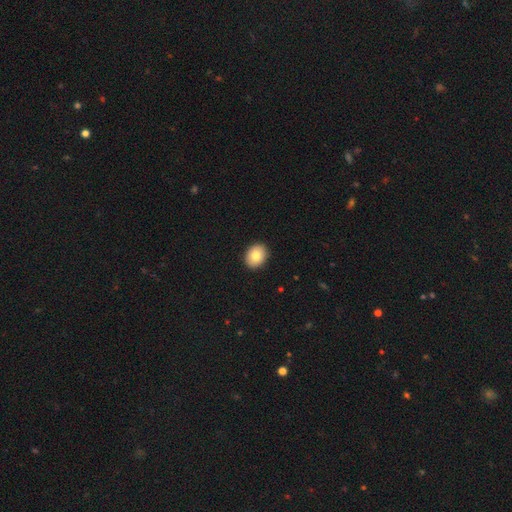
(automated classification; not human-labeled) smooth 80%, featured or disk 12%, star or artifact 8%. Down the decision tree: how rounded — in between (53%); merging — none (92%).